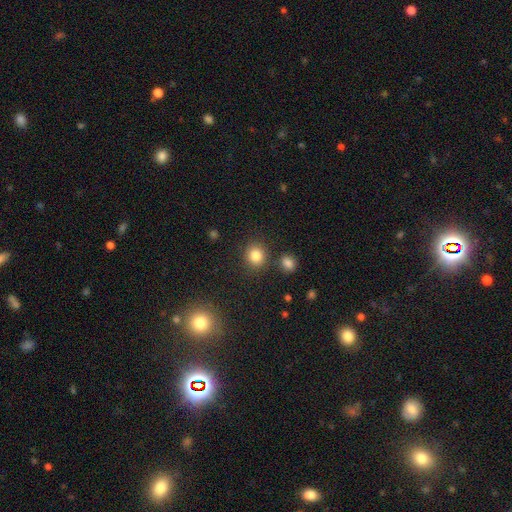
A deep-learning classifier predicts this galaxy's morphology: The model was most divided on "how rounded": round: 80%, in between: 19%, cigar-shaped: 1%. More confident: smooth or featured — smooth (84%); merging — none (82%).